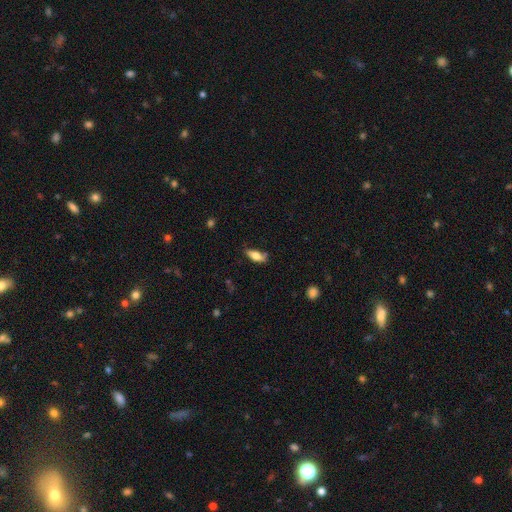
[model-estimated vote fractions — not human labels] smooth 73%, featured or disk 20%, star or artifact 7%. Down the decision tree: how rounded — in between (75%); merging — none (70%).